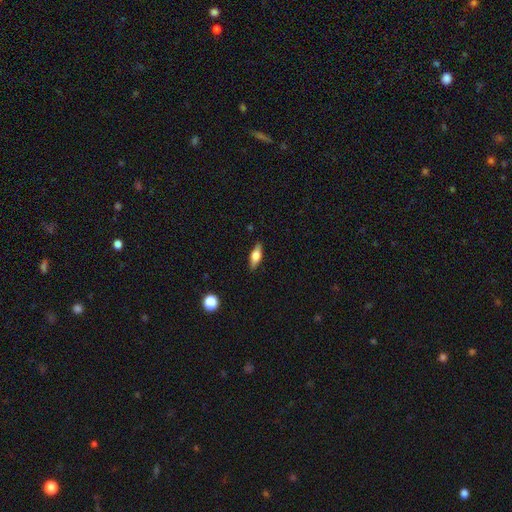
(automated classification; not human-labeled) Overall: smooth (54%; featured or disk 38%). How rounded: in between (65%; cigar-shaped 31%). Merging: none (87%).